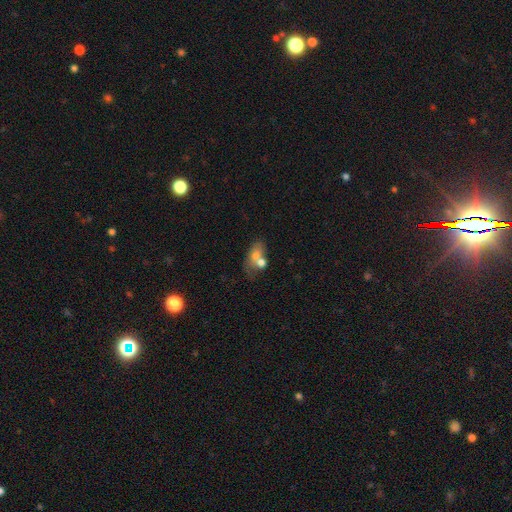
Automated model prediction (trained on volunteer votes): smooth-or-featured: smooth: 61% | featured or disk: 27% | star or artifact: 11%
  how-rounded: in between: 74% | round: 21% | cigar-shaped: 5%
  merging: merger: 48% | none: 30% | minor disturbance: 13% | major disturbance: 9%